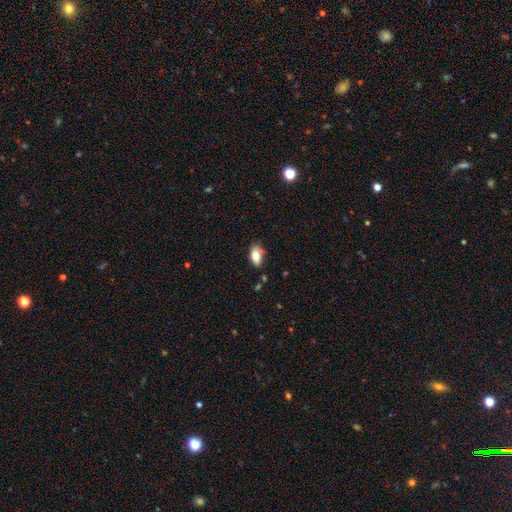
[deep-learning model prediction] Q: Smooth or featured?
A: smooth (80%); runner-up: featured or disk (12%)
Q: How rounded?
A: in between (91%); runner-up: round (6%)
Q: Merging?
A: none (66%); runner-up: minor disturbance (26%)